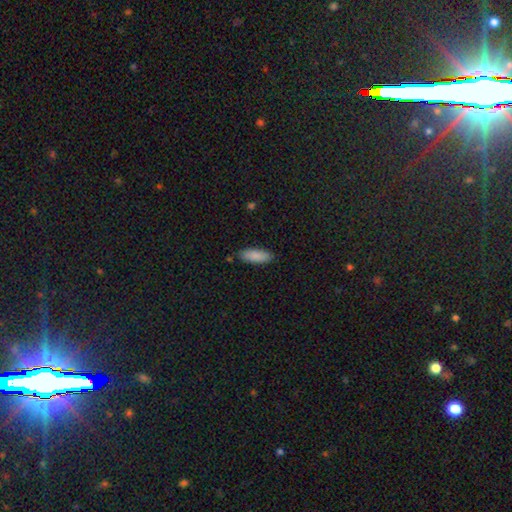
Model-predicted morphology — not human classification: smooth-or-featured: smooth: 87% | featured or disk: 6% | star or artifact: 6%
  how-rounded: in between: 70% | cigar-shaped: 28% | round: 2%
  merging: none: 85% | minor disturbance: 11% | major disturbance: 2% | merger: 2%